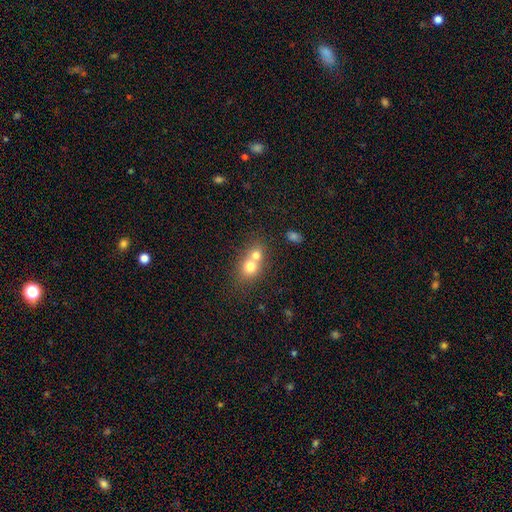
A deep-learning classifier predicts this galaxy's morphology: A smooth galaxy with no disk features (71%) that is round (70%). Merging: merger (69%).